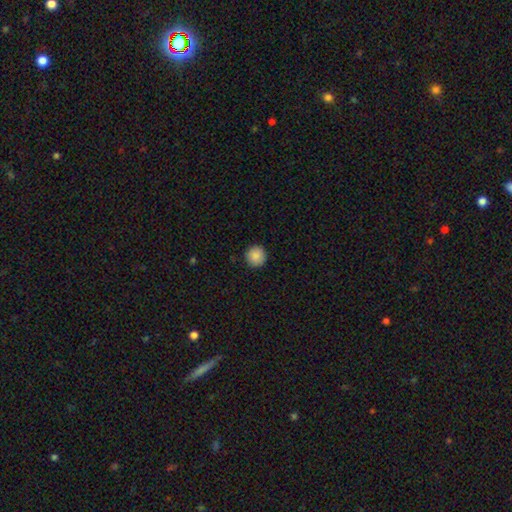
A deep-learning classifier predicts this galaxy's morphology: A smooth galaxy with no disk features (89%) that is round (96%). Merging: none (92%).